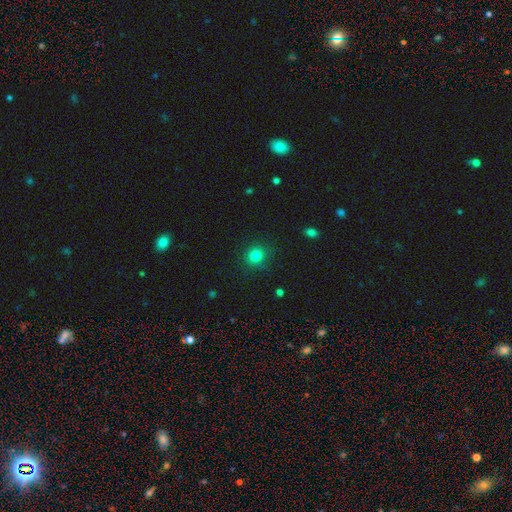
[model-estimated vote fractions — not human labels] Morphology: type=smooth (82%); roundness=round (89%); merging=none (88%).